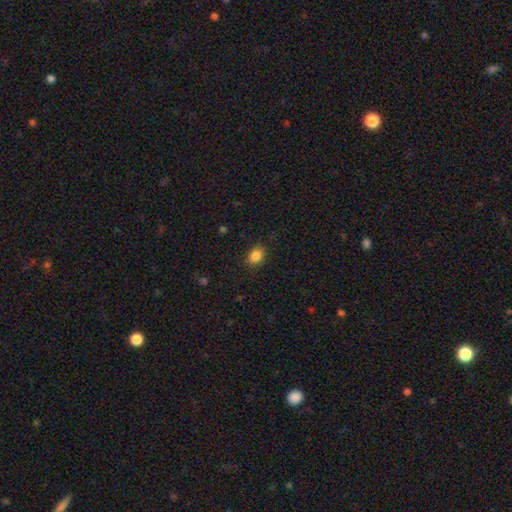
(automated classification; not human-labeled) A smooth galaxy with no disk features (85%) that is in between round and cigar-shaped (66%).

Vote fractions:
- Smooth or featured? smooth: 85% / star or artifact: 10% / featured or disk: 5%
- How rounded? in between: 66% / round: 33% / cigar-shaped: 1%
- Merging? none: 85% / minor disturbance: 11% / major disturbance: 3% / merger: 1%